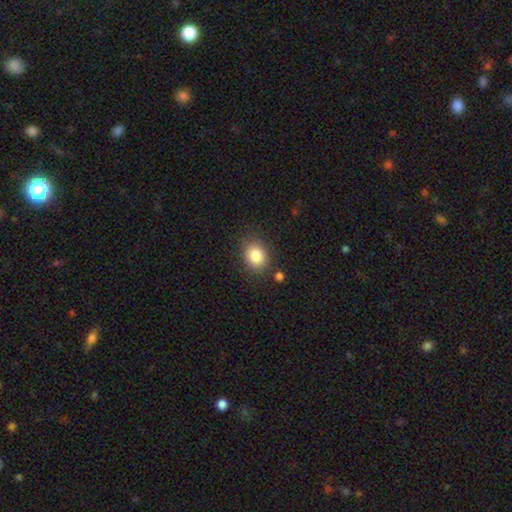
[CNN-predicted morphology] Q: Smooth or featured?
A: smooth (85%); runner-up: star or artifact (9%)
Q: How rounded?
A: round (51%); runner-up: in between (48%)
Q: Merging?
A: none (82%); runner-up: minor disturbance (11%)